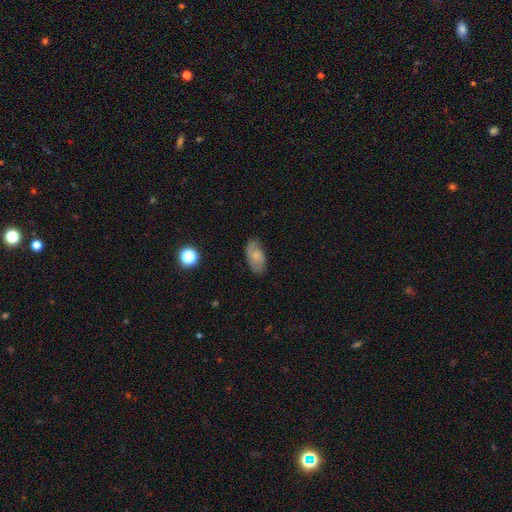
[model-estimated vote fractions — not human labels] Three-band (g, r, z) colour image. It shows a featured or disk galaxy (50%). Merging: none (75%).